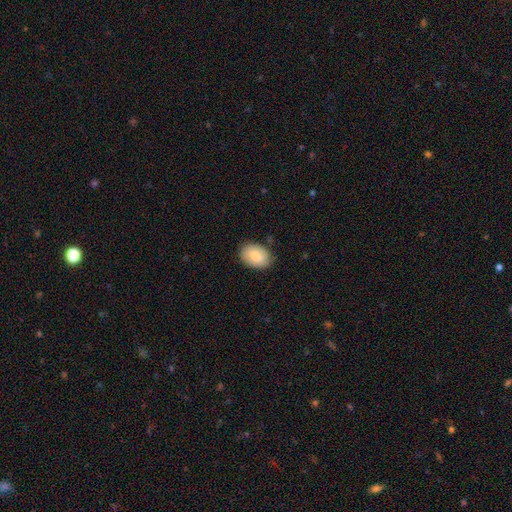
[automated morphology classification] smooth 77%, featured or disk 17%, star or artifact 7%. Down the decision tree: how rounded — in between (78%); merging — none (80%).